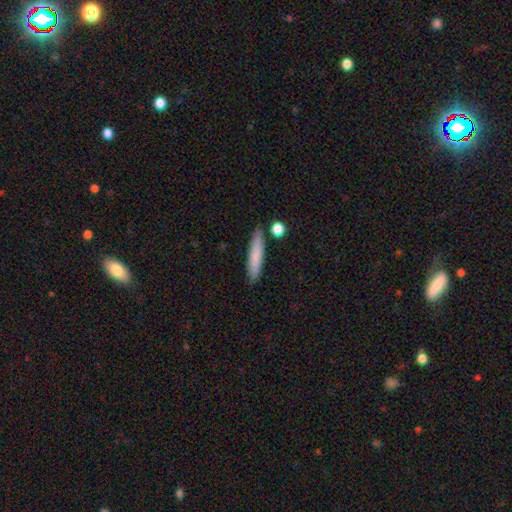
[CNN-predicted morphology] The model was most divided on "smooth or featured": smooth: 79%, featured or disk: 14%, star or artifact: 6%. More confident: how rounded — cigar-shaped (86%); merging — none (83%).